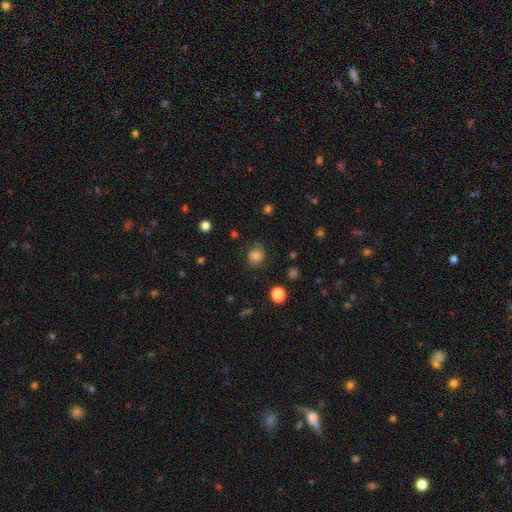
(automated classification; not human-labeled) Smooth or featured?
  - smooth: 72% *
  - featured or disk: 15%
  - star or artifact: 13%
How rounded?
  - round: 75% *
  - in between: 24%
  - cigar-shaped: 1%
Merging?
  - none: 70% *
  - minor disturbance: 20%
  - major disturbance: 9%
  - merger: 2%